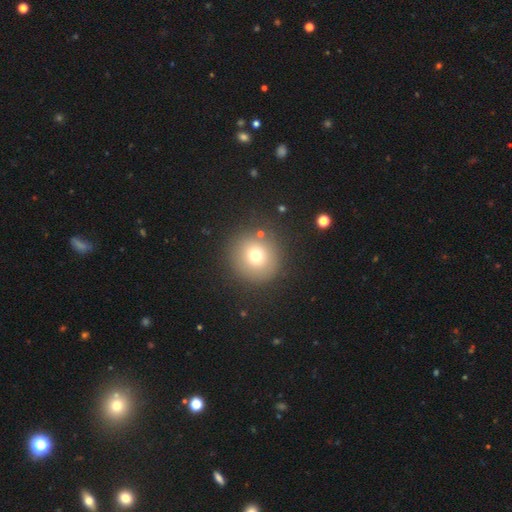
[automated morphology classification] smooth-or-featured: smooth: 73% | star or artifact: 15% | featured or disk: 12%
  how-rounded: round: 94% | in between: 5% | cigar-shaped: 1%
  merging: none: 86% | minor disturbance: 8% | major disturbance: 4% | merger: 3%